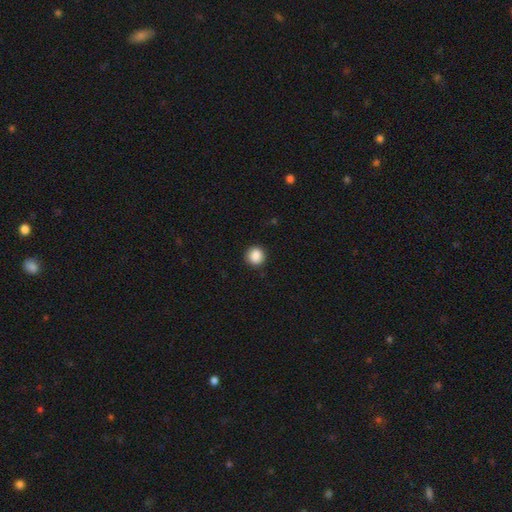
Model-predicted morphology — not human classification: A smooth galaxy with no disk features (88%) that is round (90%).

Vote fractions:
- Smooth or featured? smooth: 88% / star or artifact: 9% / featured or disk: 3%
- How rounded? round: 90% / in between: 9% / cigar-shaped: 1%
- Merging? none: 90% / minor disturbance: 7% / major disturbance: 2% / merger: 1%